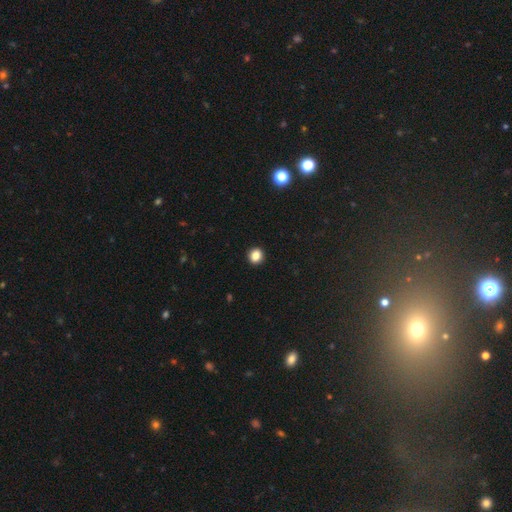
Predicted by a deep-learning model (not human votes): A smooth galaxy with no disk features (85%) that is round (81%).

Vote fractions:
- Smooth or featured? smooth: 85% / star or artifact: 11% / featured or disk: 4%
- How rounded? round: 81% / in between: 18% / cigar-shaped: 1%
- Merging? none: 93% / minor disturbance: 5% / major disturbance: 2% / merger: 1%